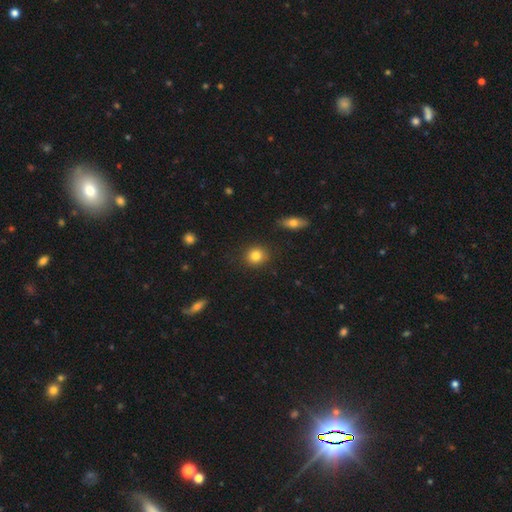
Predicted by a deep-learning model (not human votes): smooth-or-featured: smooth: 84% | star or artifact: 9% | featured or disk: 7%
  how-rounded: round: 83% | in between: 16% | cigar-shaped: 1%
  merging: none: 89% | minor disturbance: 7% | major disturbance: 2% | merger: 2%